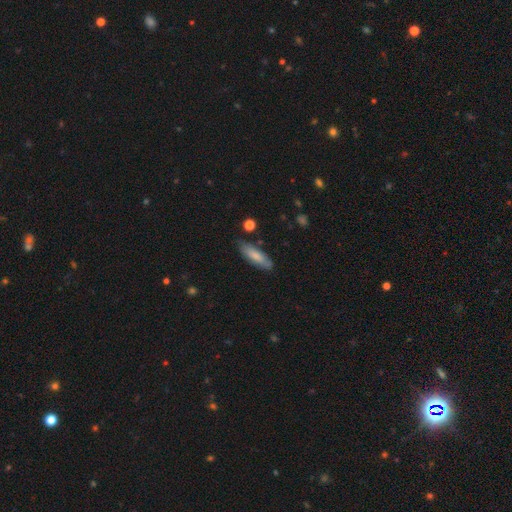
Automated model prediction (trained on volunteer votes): This appears to be a smooth galaxy with no disk features (74%) that is cigar-shaped (50%). Merging: none (78%).